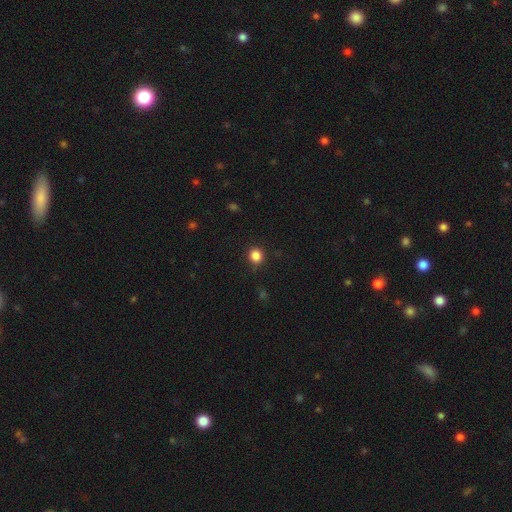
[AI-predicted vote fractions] This is clearly a smooth galaxy (85%). How rounded: clearly round (90%). Merging: clearly none (90%).